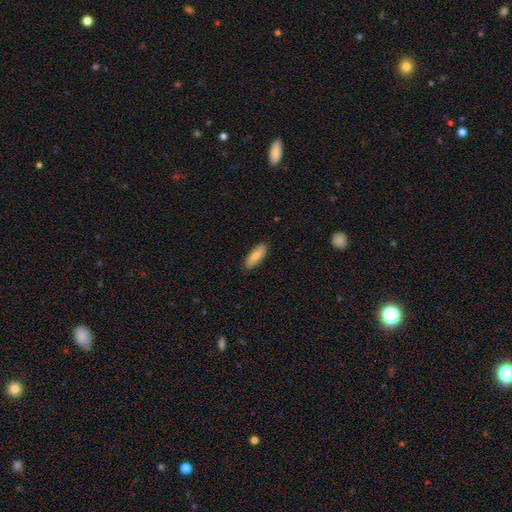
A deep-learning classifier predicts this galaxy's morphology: Smooth or featured? Predicted: smooth (p=0.76). How rounded? Predicted: in between (p=0.70). Merging? Predicted: none (p=0.87).